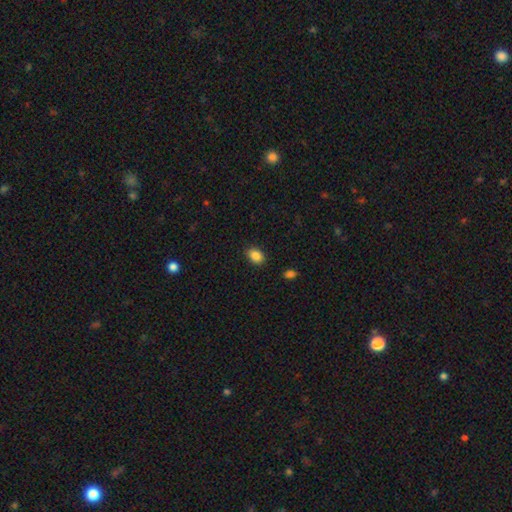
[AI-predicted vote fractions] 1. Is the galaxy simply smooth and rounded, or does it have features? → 87% smooth, 9% star or artifact, 4% featured or disk.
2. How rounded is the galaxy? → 76% in between, 23% round, 1% cigar-shaped.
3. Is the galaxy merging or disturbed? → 86% none, 10% minor disturbance, 2% major disturbance, 1% merger.